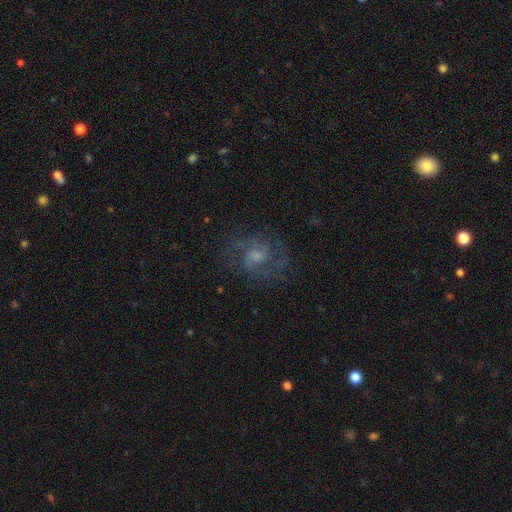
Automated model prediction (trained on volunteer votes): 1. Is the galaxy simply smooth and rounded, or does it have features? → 67% featured or disk, 23% smooth, 11% star or artifact.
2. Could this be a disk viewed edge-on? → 98% no, 2% yes.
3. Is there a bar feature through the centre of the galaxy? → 52% no, 42% weak, 7% strong.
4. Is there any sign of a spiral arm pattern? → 87% yes, 13% no.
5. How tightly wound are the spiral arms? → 52% medium, 25% loose, 23% tight.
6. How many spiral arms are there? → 58% 2, 20% can't tell, 11% 3, 5% 1, 3% 4, 3% more than 4.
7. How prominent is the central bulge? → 37% small, 34% moderate, 19% none, 8% large, 2% dominant.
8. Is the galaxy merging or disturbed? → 66% none, 17% minor disturbance, 15% major disturbance, 1% merger.